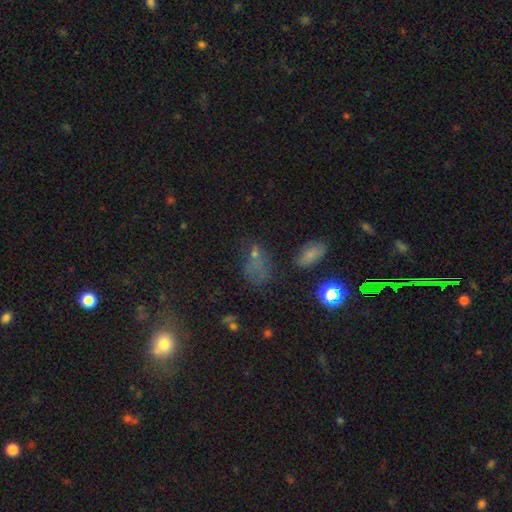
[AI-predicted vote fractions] Q: Smooth or featured?
A: smooth (46%); runner-up: star or artifact (37%)
Q: Merging?
A: none (44%); runner-up: major disturbance (23%)